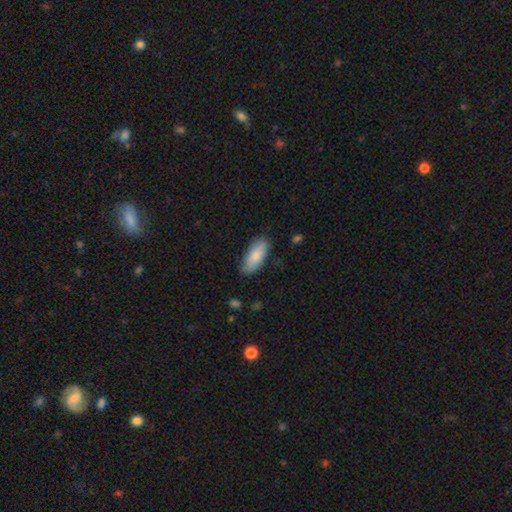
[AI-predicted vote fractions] smooth_or_featured: smooth (p=0.83) [alt: featured or disk p=0.12]
how_rounded: in between (p=0.81) [alt: cigar-shaped p=0.17]
merging: none (p=0.80) [alt: minor disturbance p=0.16]